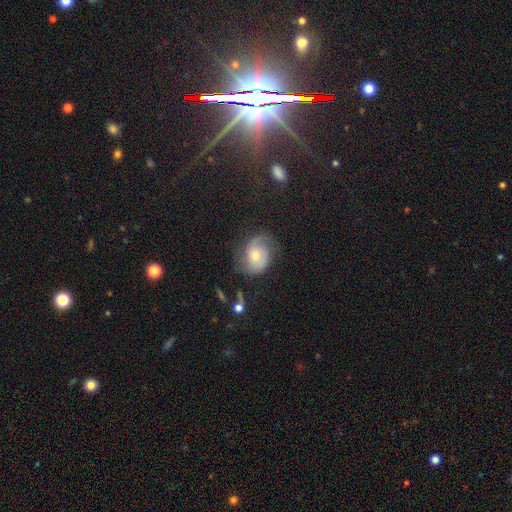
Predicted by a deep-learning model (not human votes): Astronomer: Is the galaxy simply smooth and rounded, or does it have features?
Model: featured or disk — 69%.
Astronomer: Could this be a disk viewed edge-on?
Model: no — 97%.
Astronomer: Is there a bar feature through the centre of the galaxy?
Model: no — 69%.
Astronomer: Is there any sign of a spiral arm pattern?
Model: yes — 91%.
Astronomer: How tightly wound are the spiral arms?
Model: medium — 43% (runner-up: tight, 32%).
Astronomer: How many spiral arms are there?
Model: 2 — 72%.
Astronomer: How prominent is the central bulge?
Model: moderate — 57% (runner-up: small, 35%).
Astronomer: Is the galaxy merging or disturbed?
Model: none — 64%.